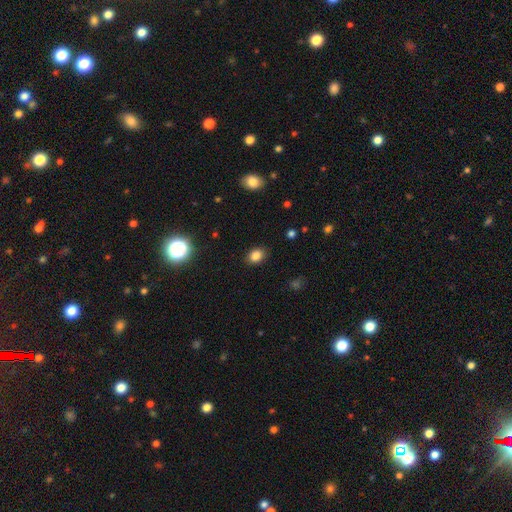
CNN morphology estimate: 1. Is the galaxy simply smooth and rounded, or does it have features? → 83% smooth, 12% star or artifact, 5% featured or disk.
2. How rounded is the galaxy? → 62% in between, 37% round, 1% cigar-shaped.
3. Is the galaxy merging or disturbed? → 88% none, 9% minor disturbance, 2% major disturbance, 1% merger.